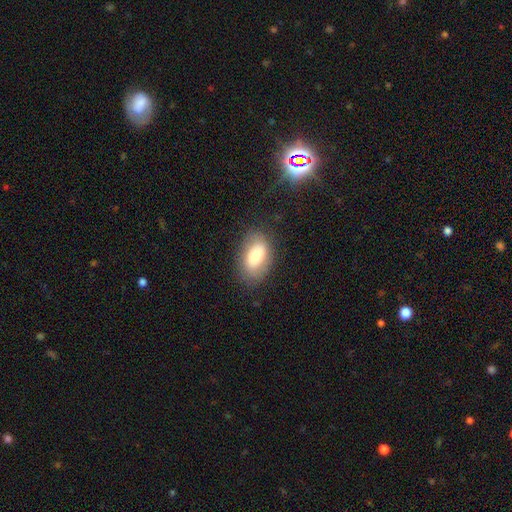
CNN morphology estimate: smooth-or-featured: smooth: 65% | featured or disk: 27% | star or artifact: 8%
  how-rounded: in between: 92% | round: 6% | cigar-shaped: 2%
  merging: none: 78% | minor disturbance: 15% | major disturbance: 5% | merger: 1%